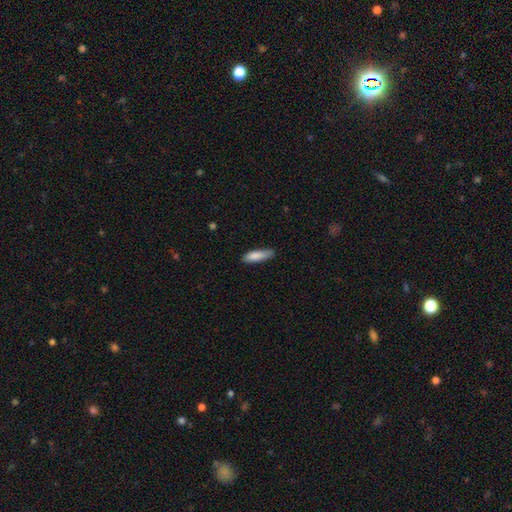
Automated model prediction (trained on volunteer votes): Morphology: type=smooth (84%); roundness=cigar-shaped (63%); merging=none (72%).